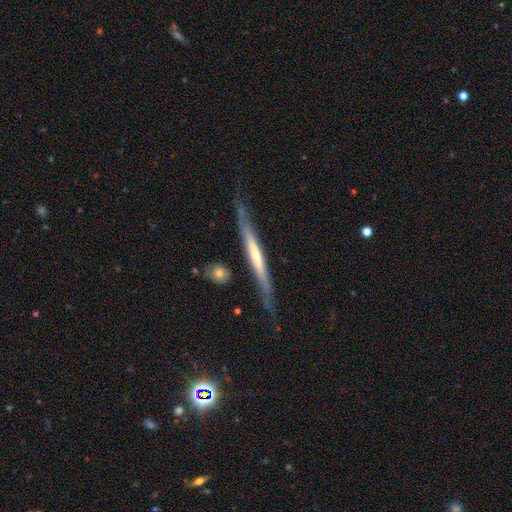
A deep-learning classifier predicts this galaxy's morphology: Overall: featured or disk (69%). Edge-on disk: yes (92%). Edge-on bulge: none (51%; rounded 40%). Merging: none (71%).